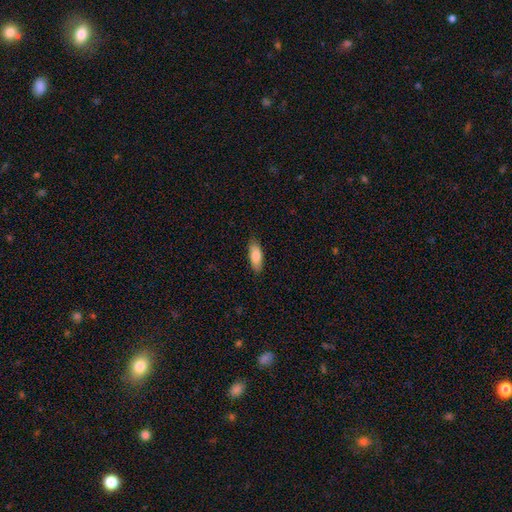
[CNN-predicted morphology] This is clearly a smooth galaxy (83%). How rounded: likely in between (76%). Merging: clearly none (85%).